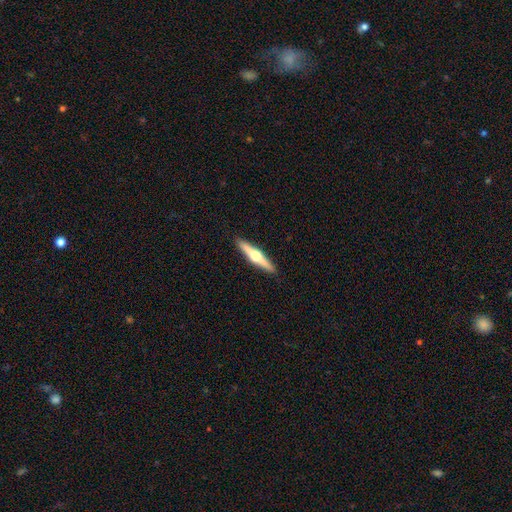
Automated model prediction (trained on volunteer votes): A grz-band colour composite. It shows a featured or disk galaxy (65%) viewed edge-on (97%) with a rounded central bulge (95%). Merging: none (91%).